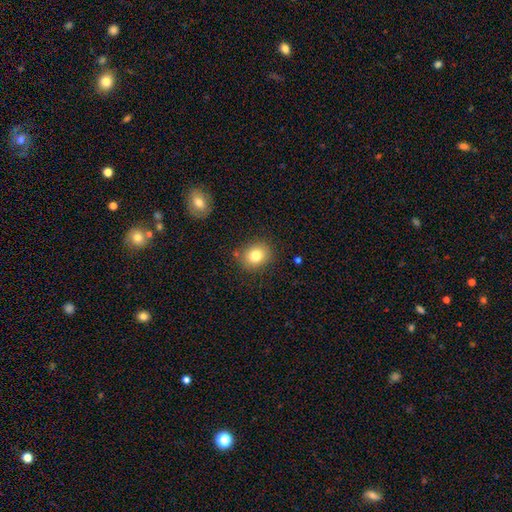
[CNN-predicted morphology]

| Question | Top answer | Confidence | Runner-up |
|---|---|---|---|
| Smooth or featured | smooth | 79% | star or artifact (11%) |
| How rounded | round | 65% | in between (34%) |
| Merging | none | 82% | minor disturbance (11%) |